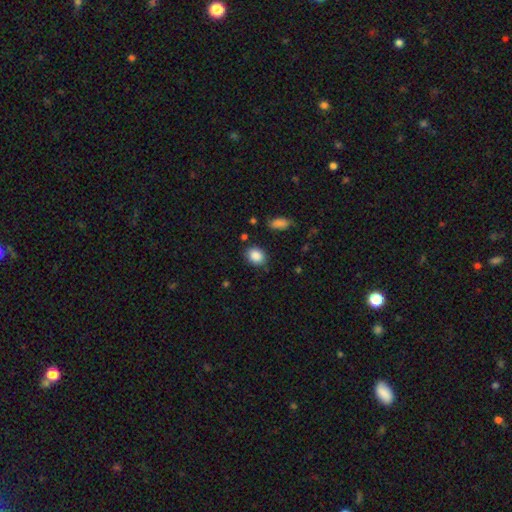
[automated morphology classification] Smooth or featured? Predicted: smooth (p=0.87). How rounded? Predicted: in between (p=0.59). Merging? Predicted: none (p=0.83).